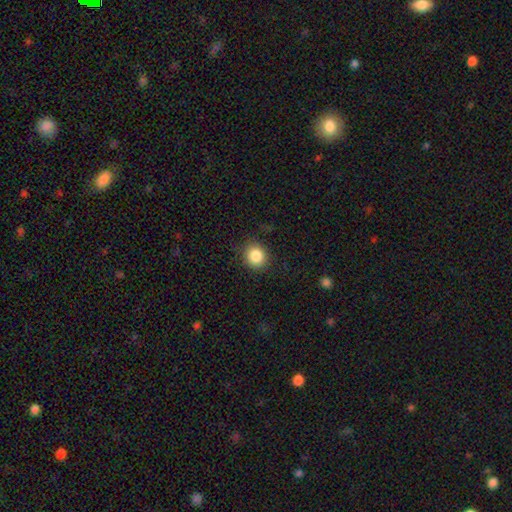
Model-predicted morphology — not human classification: This is clearly a smooth galaxy (86%). How rounded: clearly round (81%). Merging: clearly none (86%).